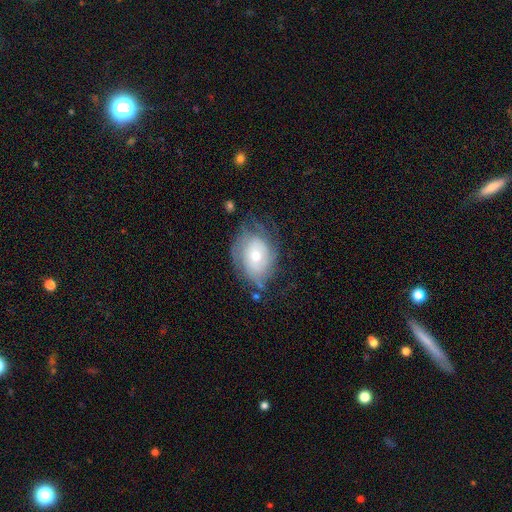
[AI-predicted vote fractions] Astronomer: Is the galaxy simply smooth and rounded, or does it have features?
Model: featured or disk — 61%.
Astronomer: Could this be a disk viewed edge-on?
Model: no — 95%.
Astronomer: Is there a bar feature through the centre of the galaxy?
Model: no — 79%.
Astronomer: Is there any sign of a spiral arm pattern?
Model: yes — 74%.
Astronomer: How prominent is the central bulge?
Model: moderate — 57% (runner-up: small, 35%).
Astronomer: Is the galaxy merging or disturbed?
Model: none — 53% (runner-up: minor disturbance, 28%).